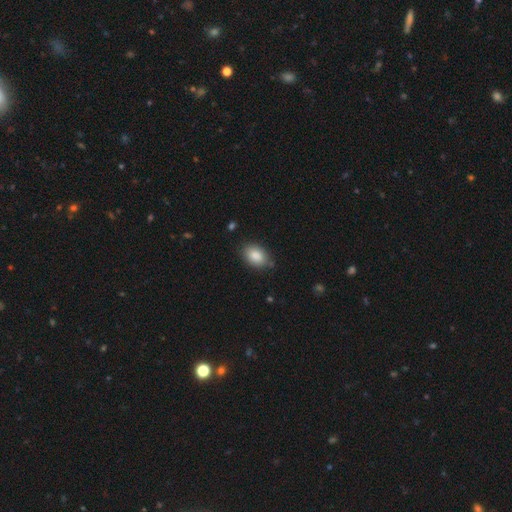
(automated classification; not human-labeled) Smooth or featured? Predicted: smooth (p=0.88). How rounded? Predicted: in between (p=0.84). Merging? Predicted: none (p=0.82).